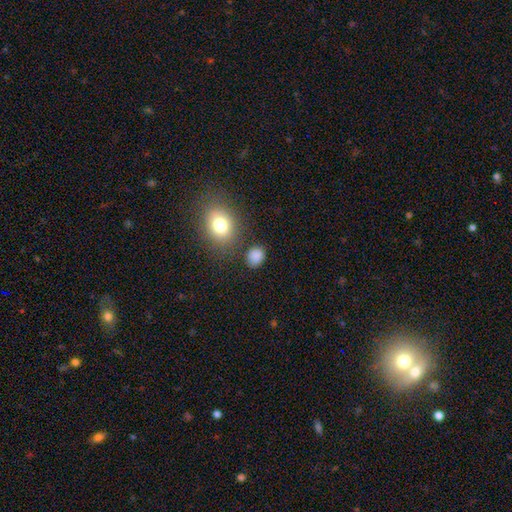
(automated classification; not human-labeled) Smooth or featured?
  - smooth: 85% *
  - star or artifact: 11%
  - featured or disk: 4%
How rounded?
  - in between: 54% *
  - round: 44%
  - cigar-shaped: 1%
Merging?
  - none: 78% *
  - minor disturbance: 13%
  - merger: 5%
  - major disturbance: 4%